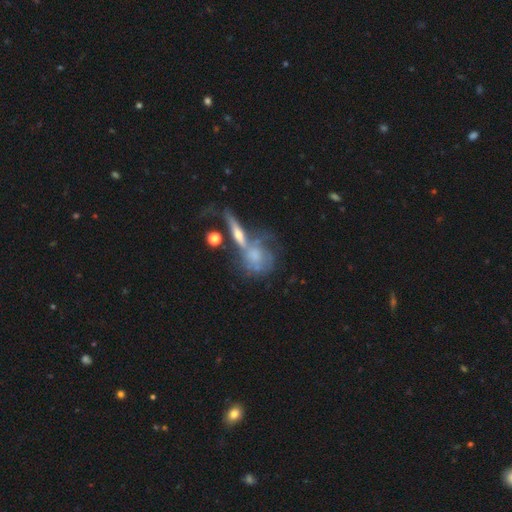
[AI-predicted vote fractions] Q: Smooth or featured?
A: featured or disk (60%); runner-up: smooth (32%)
Q: Edge-on disk?
A: no (67%); runner-up: yes (33%)
Q: Merging?
A: merger (35%); runner-up: none (33%)